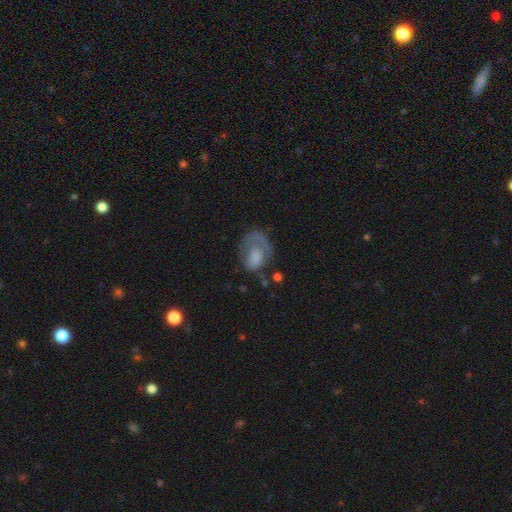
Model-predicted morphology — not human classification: Overall: smooth (49%; featured or disk 41%). Merging: none (37%, tied with major disturbance).